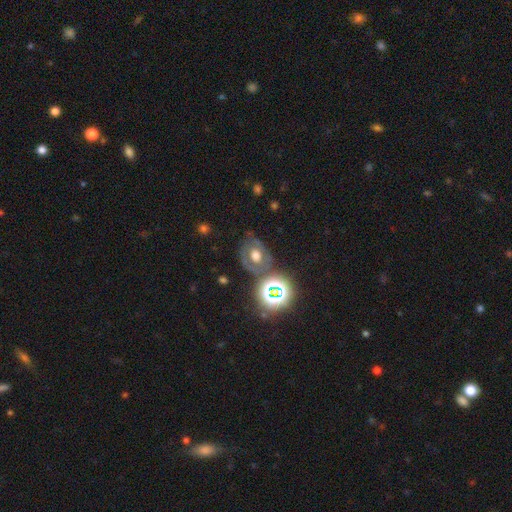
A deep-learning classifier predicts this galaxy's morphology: The model was most divided on "smooth or featured": smooth: 40%, featured or disk: 39%, star or artifact: 21%. More confident: merging — none (66%).